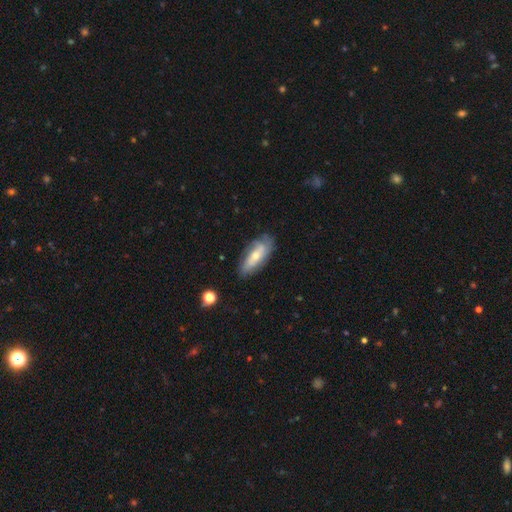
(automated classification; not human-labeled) Smooth or featured?
  - featured or disk: 53% *
  - smooth: 40%
  - star or artifact: 7%
Edge-on disk?
  - no: 81% *
  - yes: 19%
Merging?
  - none: 72% *
  - minor disturbance: 21%
  - major disturbance: 6%
  - merger: 2%